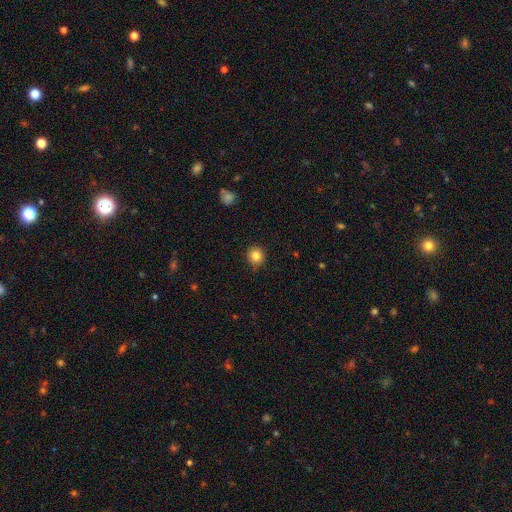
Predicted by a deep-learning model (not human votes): Overall: smooth (84%). How rounded: round (91%). Merging: none (89%).